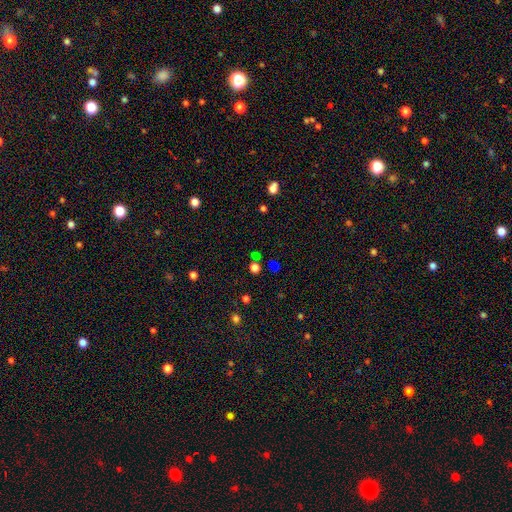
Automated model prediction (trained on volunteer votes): Morphology: type=smooth (54%); roundness=round (79%); merging=none (75%).